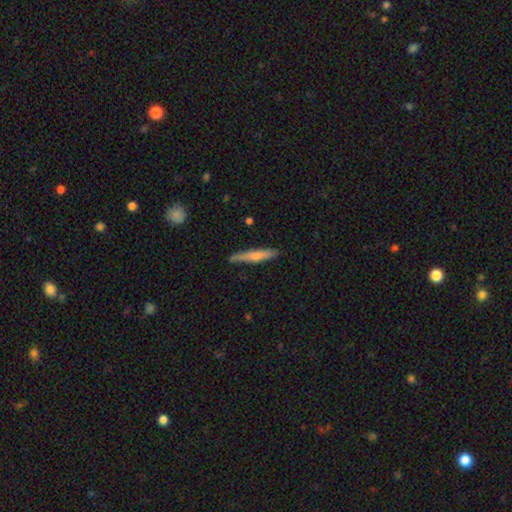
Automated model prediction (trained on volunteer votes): Smooth or featured?
  - smooth: 62% *
  - featured or disk: 33%
  - star or artifact: 5%
How rounded?
  - cigar-shaped: 92% *
  - in between: 6%
  - round: 1%
Merging?
  - none: 83% *
  - minor disturbance: 13%
  - major disturbance: 2%
  - merger: 2%